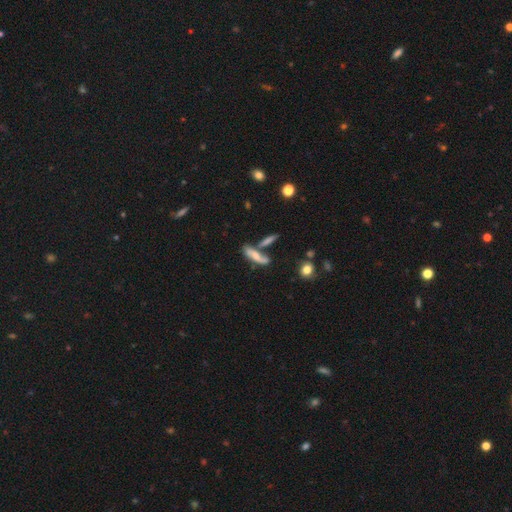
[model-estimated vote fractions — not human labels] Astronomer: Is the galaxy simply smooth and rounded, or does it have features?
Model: smooth — 52% (runner-up: featured or disk, 39%).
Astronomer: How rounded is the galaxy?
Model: cigar-shaped — 60% (runner-up: in between, 37%).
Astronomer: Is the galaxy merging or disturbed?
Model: none — 46% (runner-up: merger, 30%).